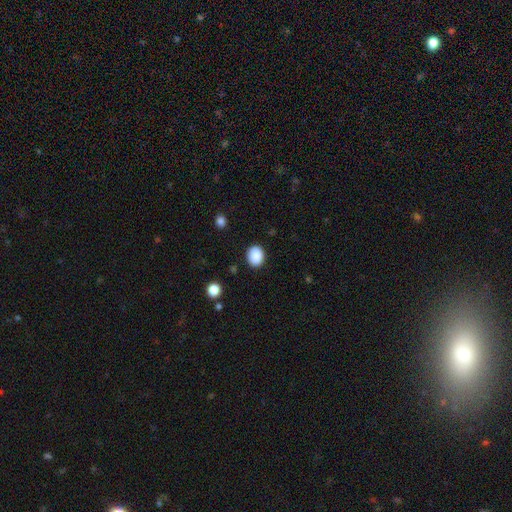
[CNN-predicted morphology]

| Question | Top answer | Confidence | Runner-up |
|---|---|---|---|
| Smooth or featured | smooth | 89% | star or artifact (8%) |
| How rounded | in between | 51% | round (48%) |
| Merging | none | 87% | minor disturbance (9%) |